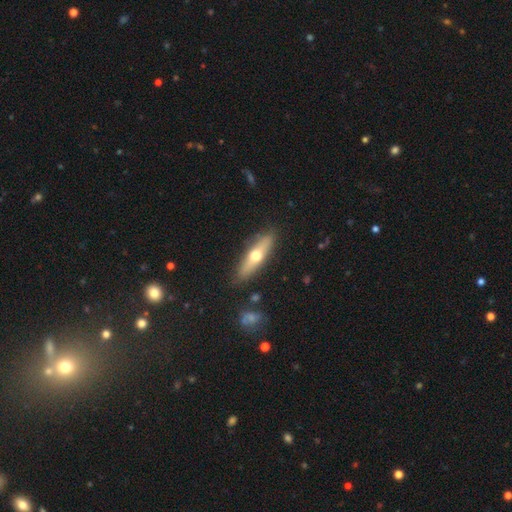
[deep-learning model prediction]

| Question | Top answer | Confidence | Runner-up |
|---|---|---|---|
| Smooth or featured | smooth | 49% | featured or disk (46%) |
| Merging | none | 86% | minor disturbance (10%) |